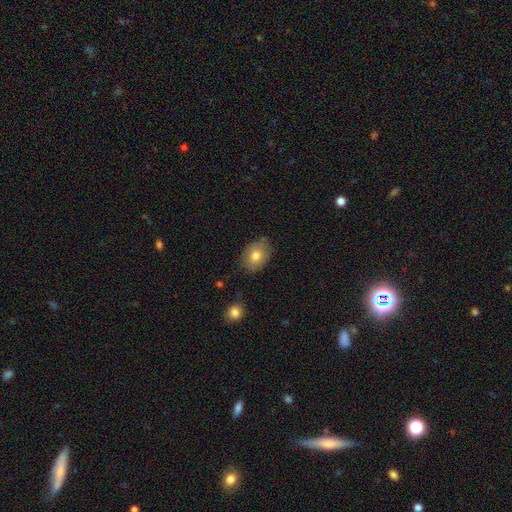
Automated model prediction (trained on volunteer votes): Smooth or featured: smooth — 78% (featured or disk — 14%)
How rounded: in between — 74% (round — 24%)
Merging: none — 76% (minor disturbance — 18%)